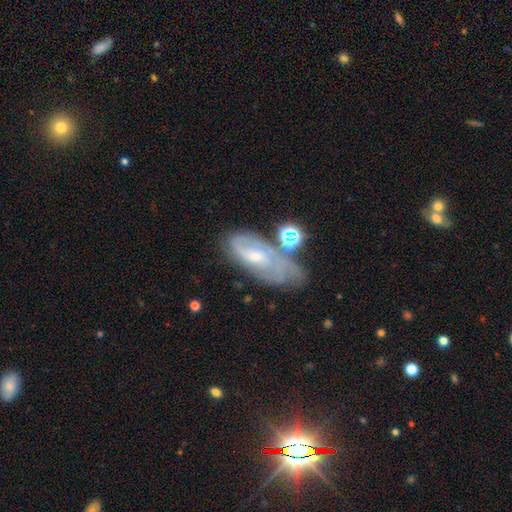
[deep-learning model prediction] Smooth or featured? featured or disk (65%)
Edge-on disk? no (89%)
Bar? no (48%)
Spiral arms? yes (82%)
Bulge size? small (46%)
Merging? none (47%)